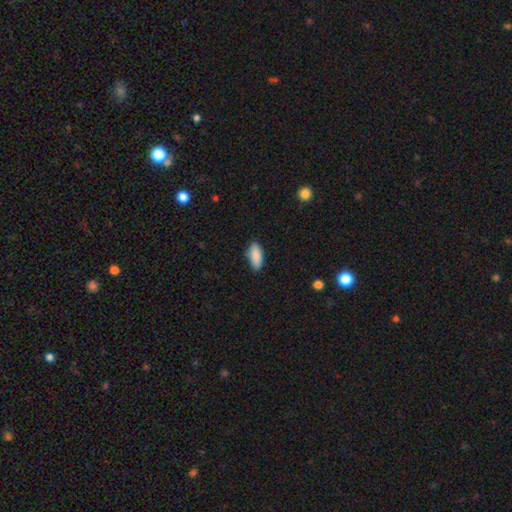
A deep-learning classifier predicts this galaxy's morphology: Smooth or featured: smooth — 90% (star or artifact — 6%)
How rounded: in between — 84% (cigar-shaped — 15%)
Merging: none — 86% (minor disturbance — 11%)